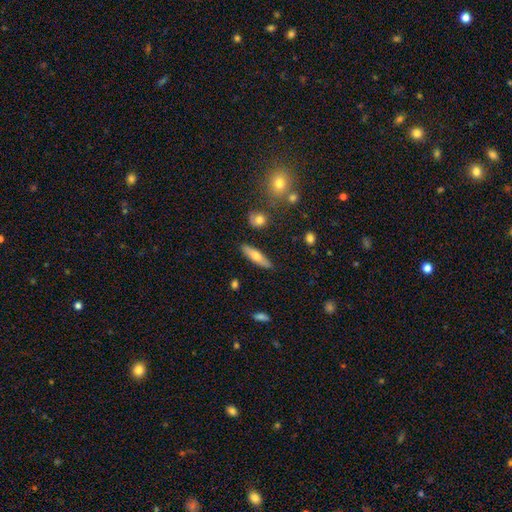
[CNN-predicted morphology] A smooth galaxy with no disk features (64%) that is cigar-shaped (71%).

Vote fractions:
- Smooth or featured? smooth: 64% / featured or disk: 29% / star or artifact: 7%
- How rounded? cigar-shaped: 71% / in between: 27% / round: 2%
- Merging? none: 85% / minor disturbance: 10% / merger: 3% / major disturbance: 2%